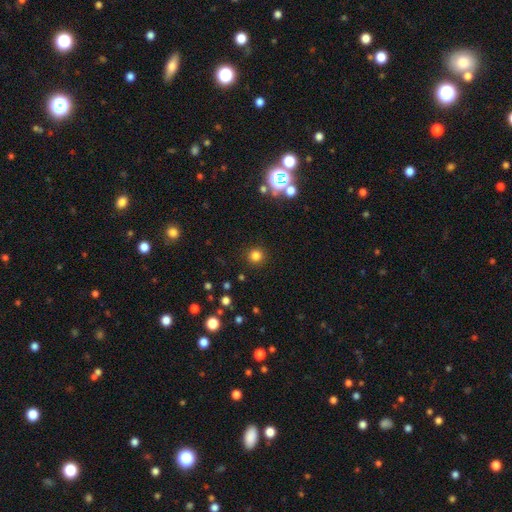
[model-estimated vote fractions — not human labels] A smooth galaxy with no disk features (79%) that is round (94%). Merging: none (91%).